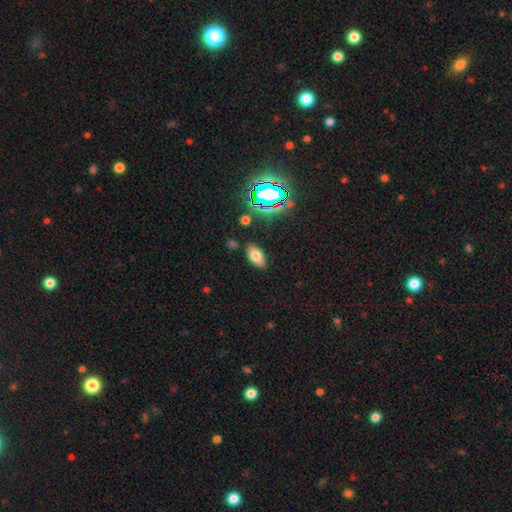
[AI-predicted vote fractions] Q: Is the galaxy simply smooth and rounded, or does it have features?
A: smooth — 72%.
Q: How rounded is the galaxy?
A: in between — 92%.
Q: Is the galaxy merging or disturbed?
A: none — 84%.